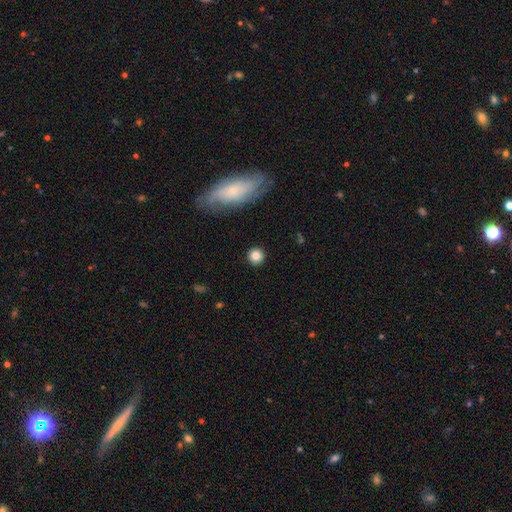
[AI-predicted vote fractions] This is clearly a smooth galaxy (84%). How rounded: clearly round (93%). Merging: clearly none (90%).